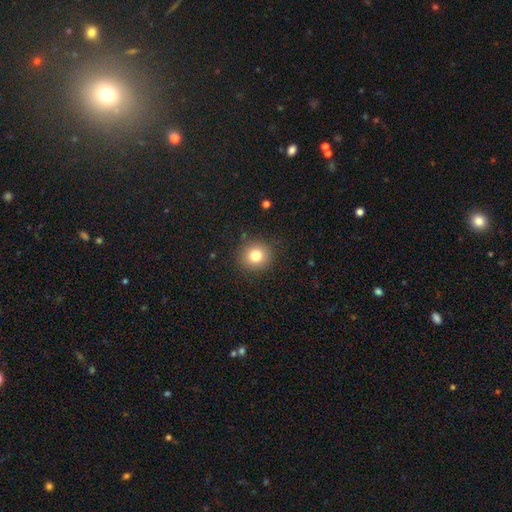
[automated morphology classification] type=smooth (80%); roundness=round (91%); merging=none (88%).